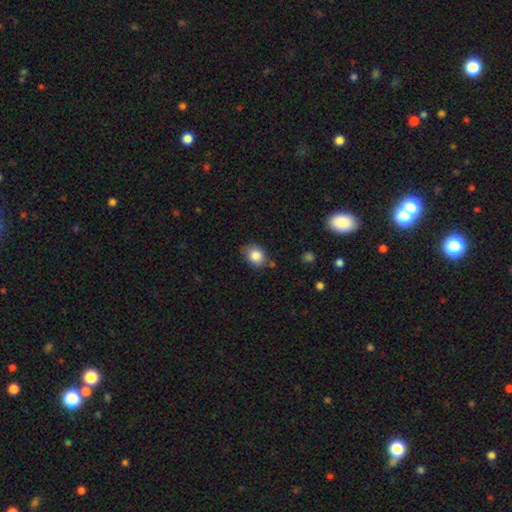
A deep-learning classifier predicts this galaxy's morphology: Overall: smooth (84%). How rounded: in between (52%; round 47%). Merging: none (71%).